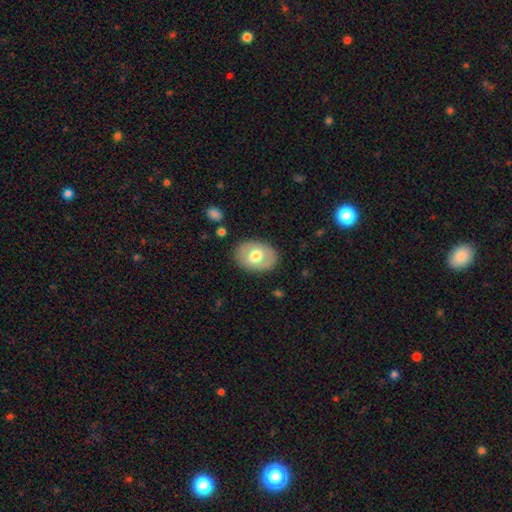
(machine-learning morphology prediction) Smooth or featured: smooth — 58% (featured or disk — 36%)
How rounded: in between — 71% (round — 28%)
Merging: none — 84% (minor disturbance — 11%)